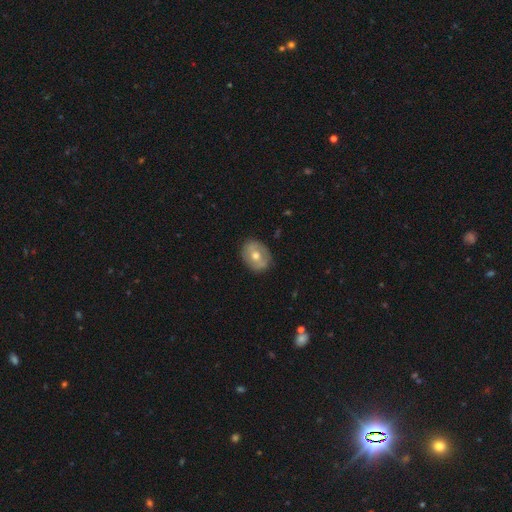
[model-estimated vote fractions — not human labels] Smooth or featured: smooth — 51% (featured or disk — 41%)
How rounded: in between — 52% (round — 47%)
Merging: none — 85% (minor disturbance — 11%)